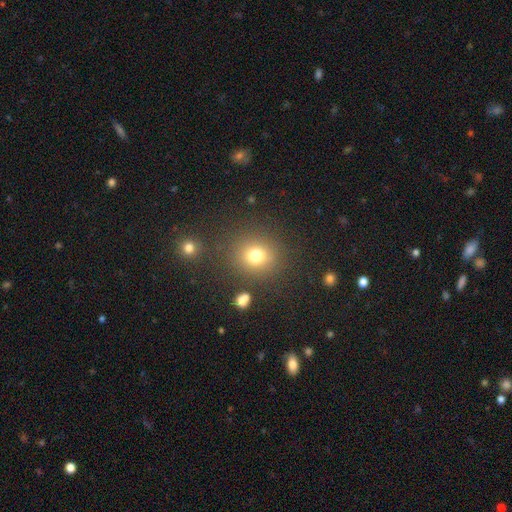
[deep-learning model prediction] smooth-or-featured: smooth: 76% | star or artifact: 16% | featured or disk: 8%
  how-rounded: round: 83% | in between: 16% | cigar-shaped: 1%
  merging: none: 83% | minor disturbance: 8% | major disturbance: 4% | merger: 4%